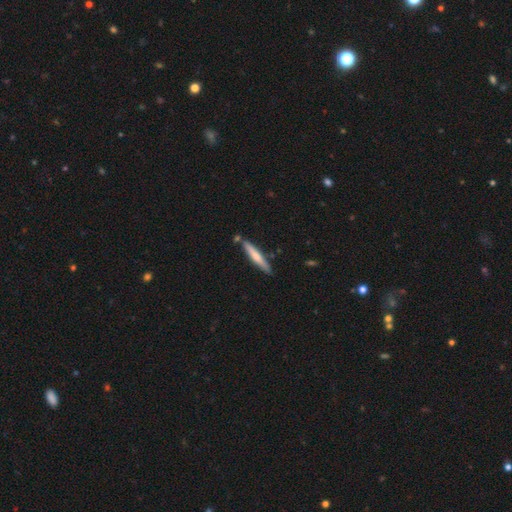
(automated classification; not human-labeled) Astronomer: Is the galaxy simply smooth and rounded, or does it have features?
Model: smooth — 62%.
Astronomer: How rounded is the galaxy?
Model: cigar-shaped — 94%.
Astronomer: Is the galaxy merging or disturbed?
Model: none — 79%.